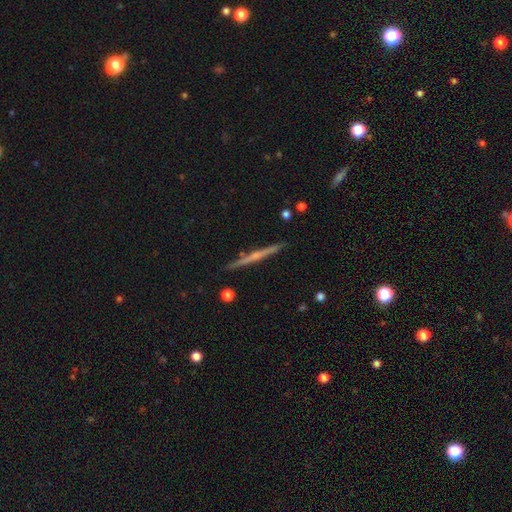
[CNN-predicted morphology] This appears to be a featured or disk galaxy (68%) viewed edge-on (98%) with no central bulge (53%). Merging: none (91%).